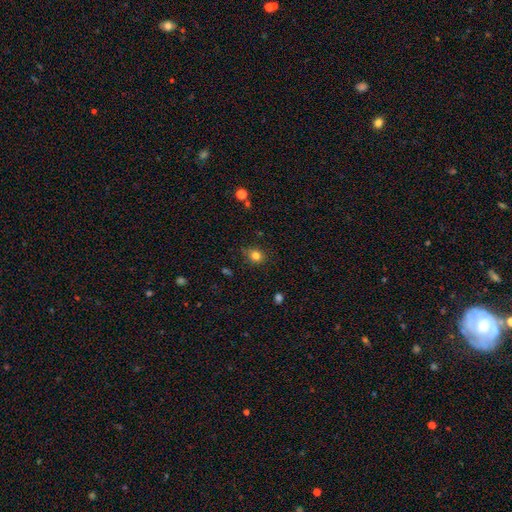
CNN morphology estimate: Q: Smooth or featured?
A: smooth (81%); runner-up: star or artifact (13%)
Q: How rounded?
A: round (75%); runner-up: in between (24%)
Q: Merging?
A: none (79%); runner-up: minor disturbance (16%)